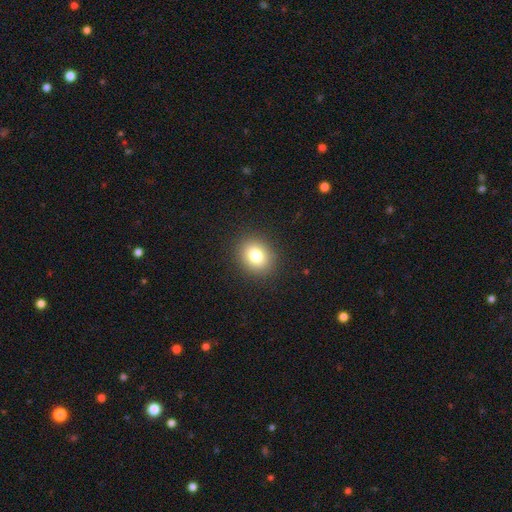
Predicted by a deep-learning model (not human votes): Smooth or featured? Predicted: smooth (p=0.80). How rounded? Predicted: round (p=0.59). Merging? Predicted: none (p=0.90).